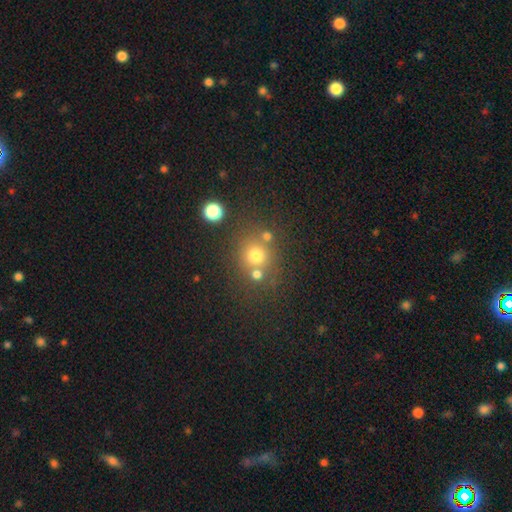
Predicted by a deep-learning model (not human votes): Morphology: type=smooth (70%); roundness=round (87%); merging=none (64%).